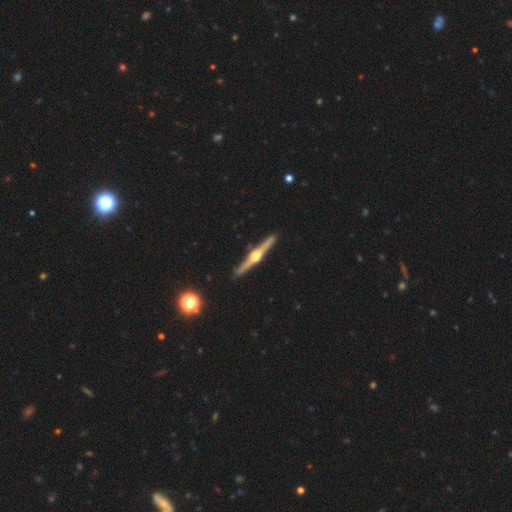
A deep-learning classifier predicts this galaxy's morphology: smooth_or_featured: featured or disk (p=0.86) [alt: smooth p=0.10]
disk_edge_on: yes (p=0.99) [alt: no p=0.01]
edge_on_bulge: rounded (p=0.95) [alt: boxy p=0.03]
merging: none (p=0.92) [alt: minor disturbance p=0.06]